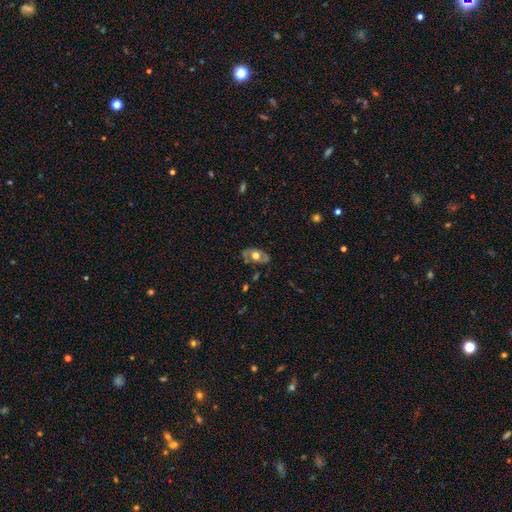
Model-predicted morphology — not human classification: This appears to be a smooth galaxy with no disk features (48%). Merging: none (74%).